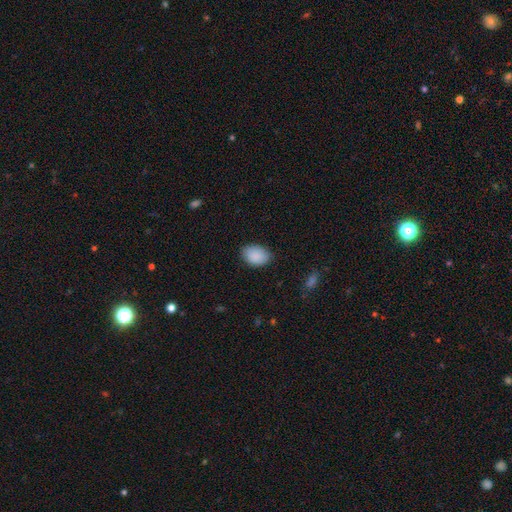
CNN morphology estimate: smooth-or-featured: smooth: 90% | star or artifact: 7% | featured or disk: 3%
  how-rounded: in between: 75% | round: 24% | cigar-shaped: 1%
  merging: none: 82% | minor disturbance: 15% | major disturbance: 3% | merger: 1%